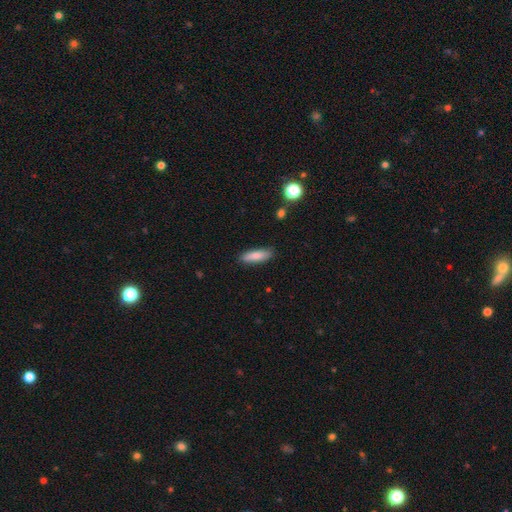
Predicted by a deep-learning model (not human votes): Smooth or featured? Predicted: smooth (p=0.82). How rounded? Predicted: cigar-shaped (p=0.54). Merging? Predicted: none (p=0.86).